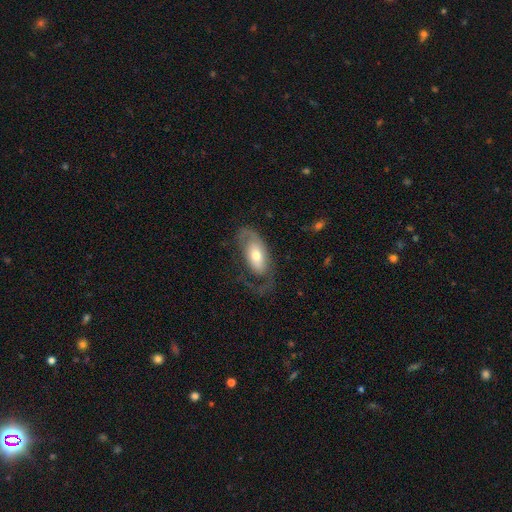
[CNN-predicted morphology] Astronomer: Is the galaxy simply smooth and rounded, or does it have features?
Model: featured or disk — 55% (runner-up: smooth, 39%).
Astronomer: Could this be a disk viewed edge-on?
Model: no — 89%.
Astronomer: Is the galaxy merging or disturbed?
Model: none — 45% (runner-up: major disturbance, 33%).